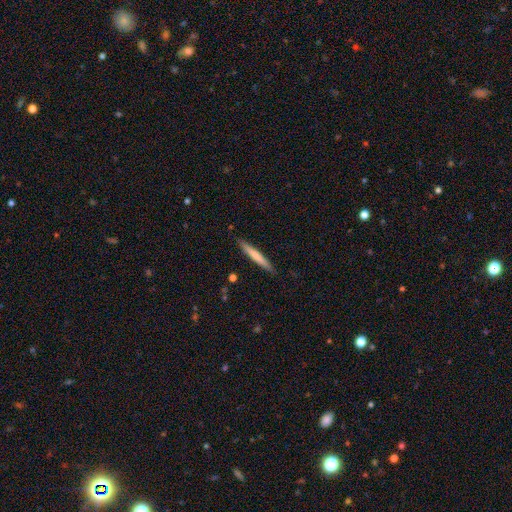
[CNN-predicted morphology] smooth 67%, featured or disk 28%, star or artifact 5%. Down the decision tree: how rounded — cigar-shaped (96%); merging — none (89%).